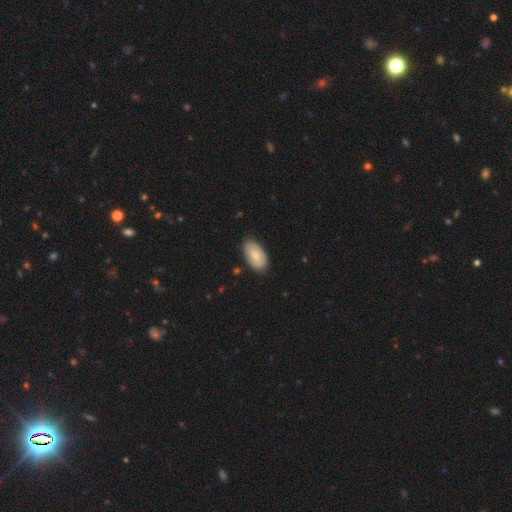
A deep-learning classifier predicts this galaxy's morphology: Smooth or featured? Predicted: smooth (p=0.74). How rounded? Predicted: in between (p=0.95). Merging? Predicted: none (p=0.76).